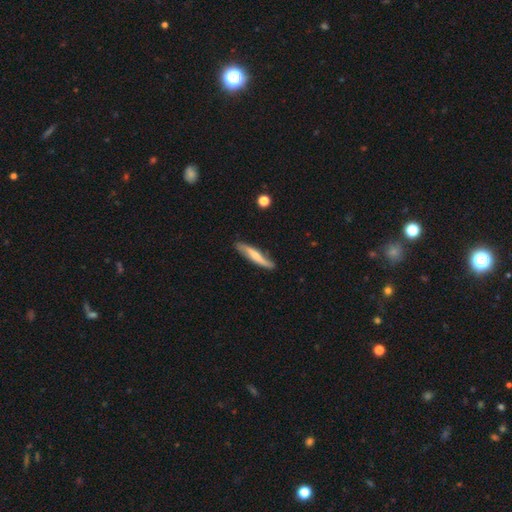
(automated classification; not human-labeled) smooth-or-featured: featured or disk: 49% | smooth: 46% | star or artifact: 5%
  merging: none: 77% | minor disturbance: 17% | major disturbance: 3% | merger: 2%